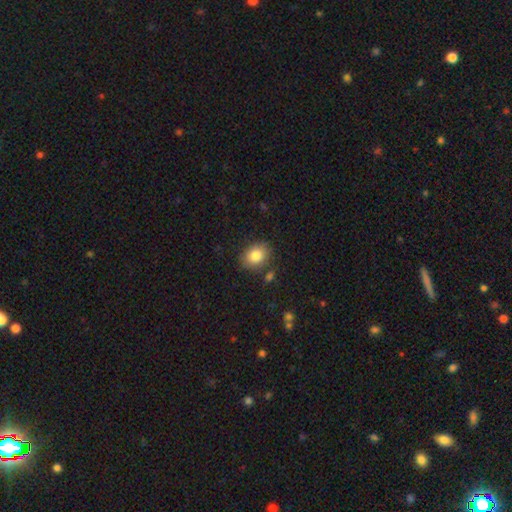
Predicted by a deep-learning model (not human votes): Overall: smooth (84%). How rounded: in between (56%; round 43%). Merging: none (82%).